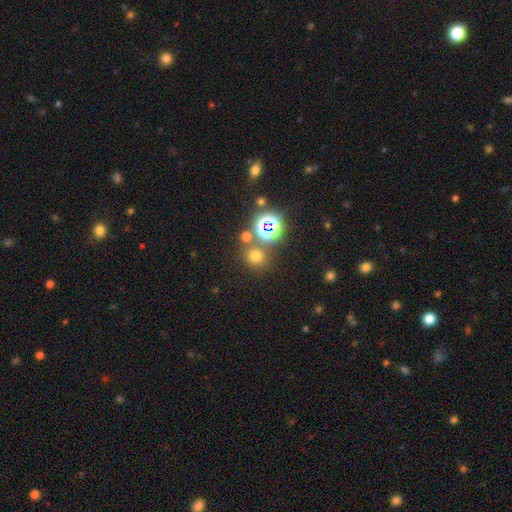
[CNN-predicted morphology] Smooth or featured? smooth (63%)
How rounded? round (86%)
Merging? none (73%)